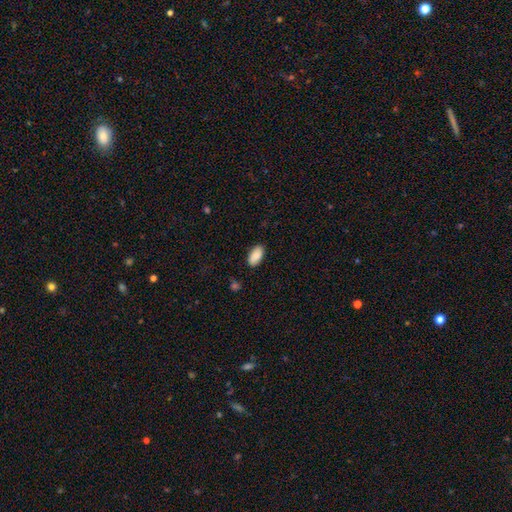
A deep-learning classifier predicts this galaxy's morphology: smooth_or_featured: smooth (p=0.89) [alt: star or artifact p=0.06]
how_rounded: in between (p=0.95) [alt: cigar-shaped p=0.03]
merging: none (p=0.87) [alt: minor disturbance p=0.10]